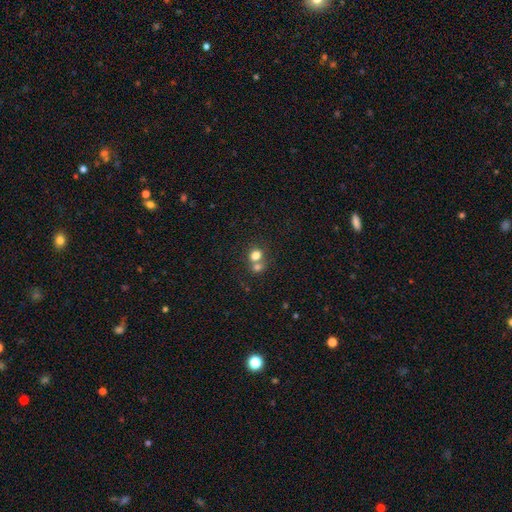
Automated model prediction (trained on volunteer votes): A smooth galaxy with no disk features (77%) that is round (74%). Merging: merger (50%).